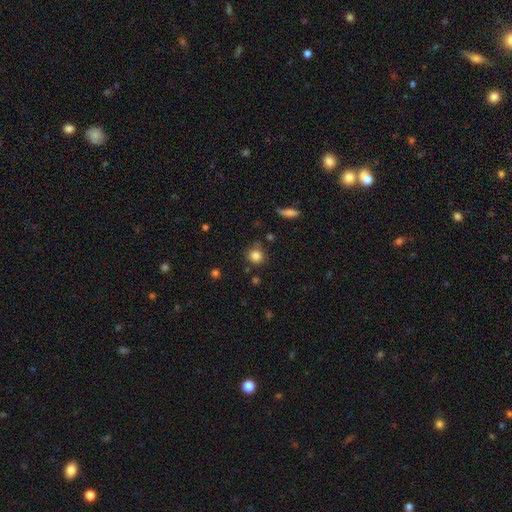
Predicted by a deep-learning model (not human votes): Smooth or featured: smooth — 83% (star or artifact — 11%)
How rounded: round — 87% (in between — 12%)
Merging: none — 78% (minor disturbance — 14%)